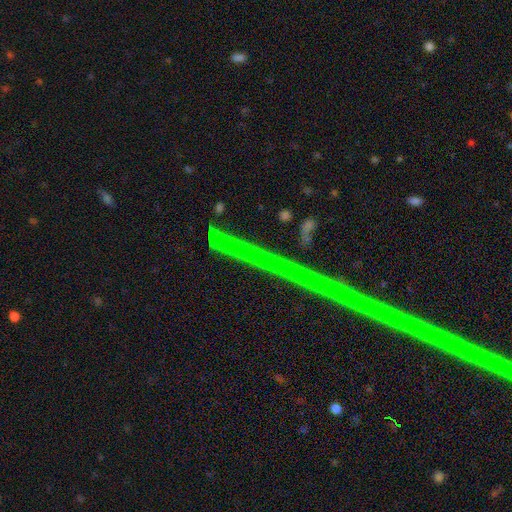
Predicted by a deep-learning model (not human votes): The model was most divided on "smooth or featured": star or artifact: 82%, featured or disk: 11%, smooth: 7%.